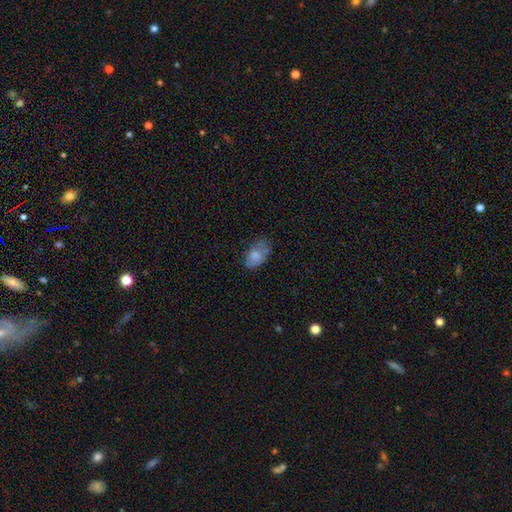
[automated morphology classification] This appears to be a smooth galaxy with no disk features (74%) that is in between round and cigar-shaped (90%). Merging: none (52%).